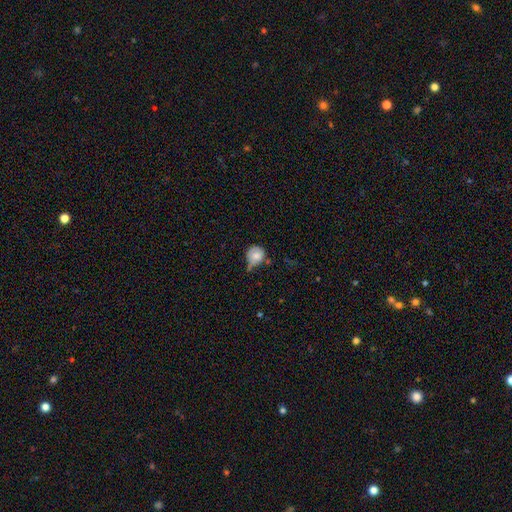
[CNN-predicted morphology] smooth 74%, featured or disk 17%, star or artifact 8%. Down the decision tree: how rounded — round (79%); merging — minor disturbance (41%).